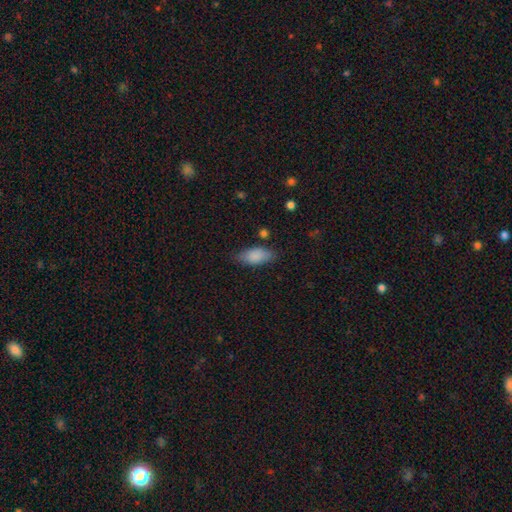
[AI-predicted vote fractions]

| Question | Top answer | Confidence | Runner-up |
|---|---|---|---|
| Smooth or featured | smooth | 86% | featured or disk (7%) |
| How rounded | in between | 88% | cigar-shaped (9%) |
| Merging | none | 75% | minor disturbance (19%) |